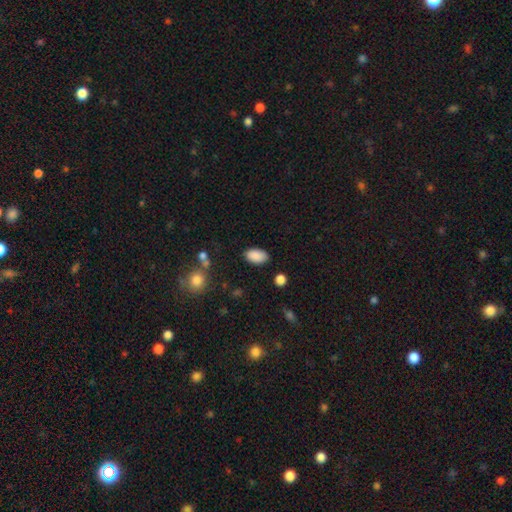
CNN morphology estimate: Smooth or featured? smooth (89%)
How rounded? in between (94%)
Merging? none (85%)